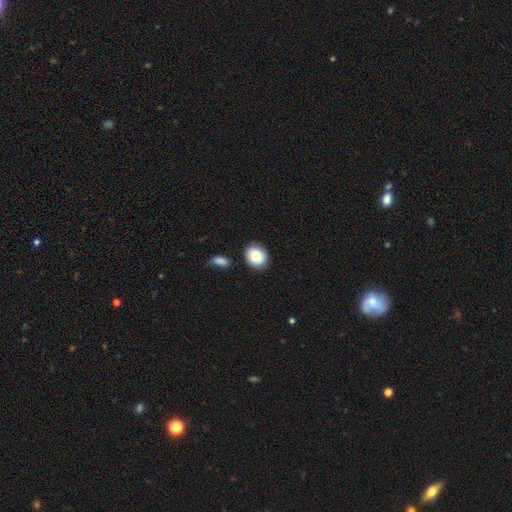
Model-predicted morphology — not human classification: Overall: smooth (83%). How rounded: round (57%; in between 42%). Merging: none (85%).